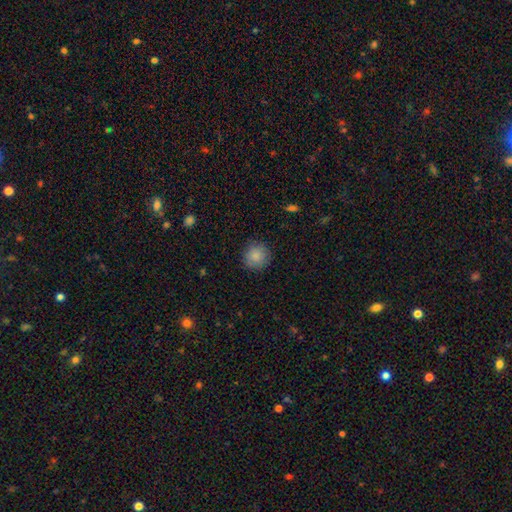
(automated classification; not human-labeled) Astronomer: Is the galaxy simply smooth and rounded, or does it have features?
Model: smooth — 86%.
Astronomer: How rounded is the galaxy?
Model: round — 93%.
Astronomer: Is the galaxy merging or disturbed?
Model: none — 89%.